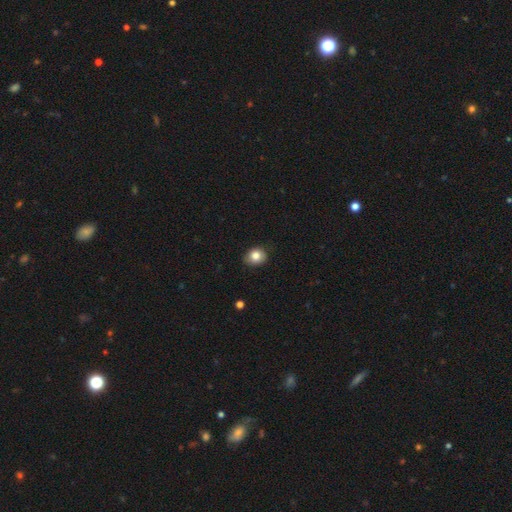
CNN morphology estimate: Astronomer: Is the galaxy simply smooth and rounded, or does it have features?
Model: smooth — 83%.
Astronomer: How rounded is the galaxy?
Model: round — 54% (runner-up: in between, 45%).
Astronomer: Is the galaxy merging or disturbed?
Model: none — 82%.